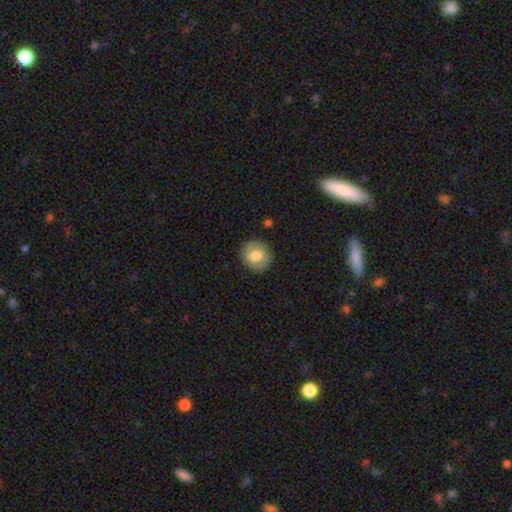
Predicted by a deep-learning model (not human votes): smooth_or_featured: smooth (p=0.67) [alt: featured or disk p=0.25]
how_rounded: round (p=0.77) [alt: in between p=0.22]
merging: none (p=0.85) [alt: minor disturbance p=0.10]